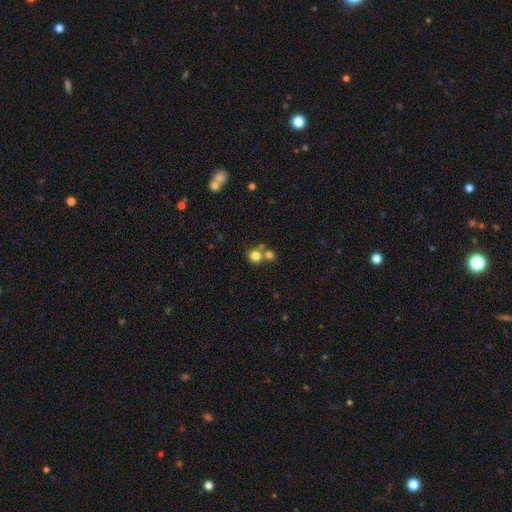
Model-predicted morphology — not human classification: This is likely a smooth galaxy (79%). How rounded: clearly round (87%). Merging: possibly none (53%).